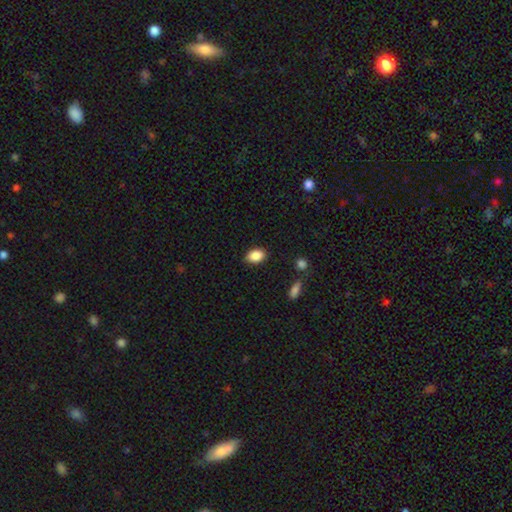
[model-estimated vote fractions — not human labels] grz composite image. It shows a smooth galaxy with no disk features (88%) that is in between round and cigar-shaped (84%). Merging: none (85%).